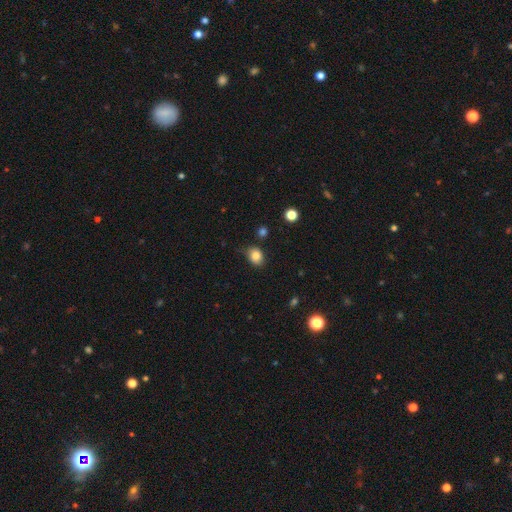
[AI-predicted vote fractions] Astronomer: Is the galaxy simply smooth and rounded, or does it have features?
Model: smooth — 84%.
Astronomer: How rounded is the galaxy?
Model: in between — 52% (runner-up: round, 47%).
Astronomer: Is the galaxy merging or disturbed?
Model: none — 70%.